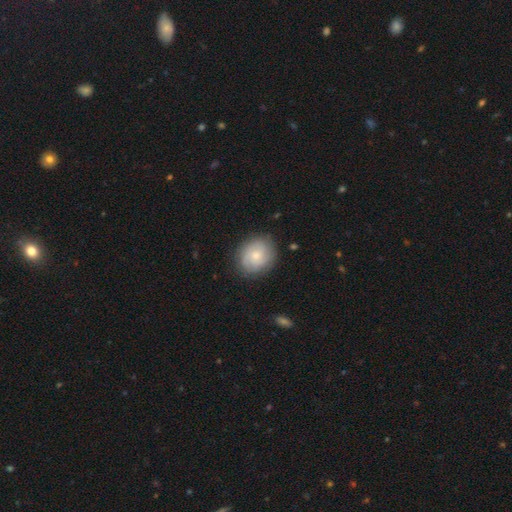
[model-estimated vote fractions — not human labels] A smooth galaxy with no disk features (54%) that is round (69%).

Vote fractions:
- Smooth or featured? smooth: 54% / featured or disk: 40% / star or artifact: 7%
- How rounded? round: 69% / in between: 30% / cigar-shaped: 1%
- Merging? none: 82% / minor disturbance: 13% / major disturbance: 4% / merger: 1%